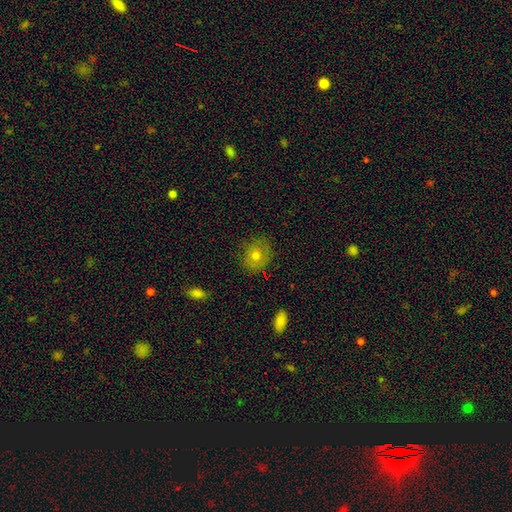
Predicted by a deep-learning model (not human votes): Smooth or featured?
  - smooth: 71% *
  - featured or disk: 18%
  - star or artifact: 11%
How rounded?
  - round: 71% *
  - in between: 28%
  - cigar-shaped: 1%
Merging?
  - none: 81% *
  - minor disturbance: 14%
  - major disturbance: 4%
  - merger: 1%